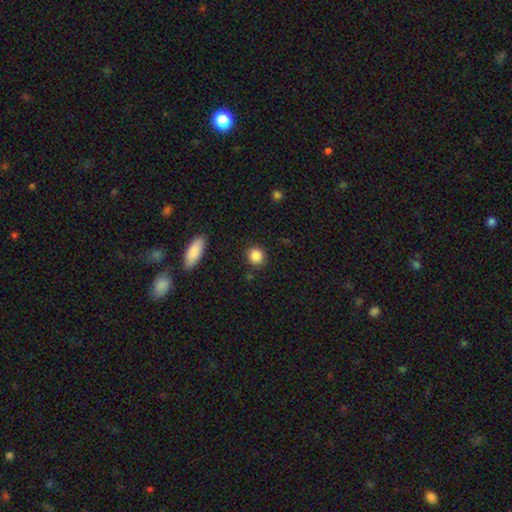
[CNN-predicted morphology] Overall: smooth (87%). How rounded: round (85%). Merging: none (88%).